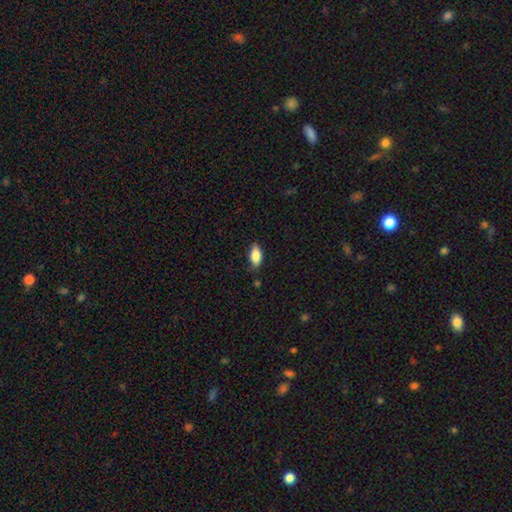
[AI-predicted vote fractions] smooth 83%, featured or disk 10%, star or artifact 7%. Down the decision tree: how rounded — in between (88%); merging — none (76%).